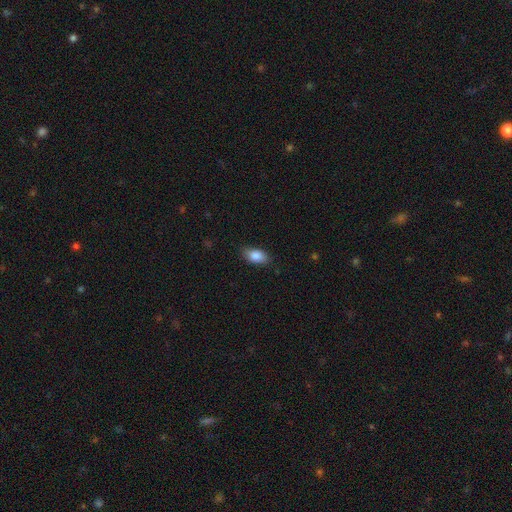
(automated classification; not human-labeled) Smooth or featured? smooth (87%)
How rounded? in between (91%)
Merging? none (81%)